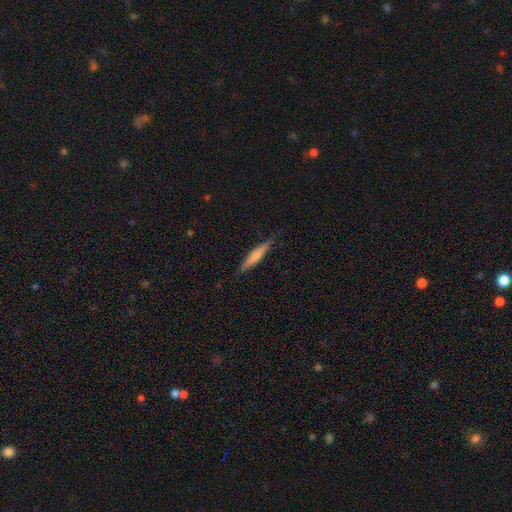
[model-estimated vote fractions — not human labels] smooth_or_featured: smooth (p=0.58) [alt: featured or disk p=0.37]
how_rounded: cigar-shaped (p=0.91) [alt: in between p=0.08]
merging: none (p=0.85) [alt: minor disturbance p=0.11]